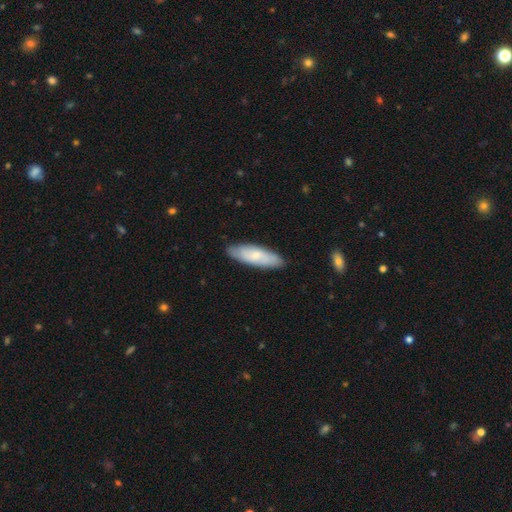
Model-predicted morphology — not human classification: A smooth galaxy with no disk features (67%) that is in between round and cigar-shaped (51%).

Vote fractions:
- Smooth or featured? smooth: 67% / featured or disk: 27% / star or artifact: 6%
- How rounded? in between: 51% / cigar-shaped: 47% / round: 2%
- Merging? none: 85% / minor disturbance: 12% / major disturbance: 2% / merger: 1%